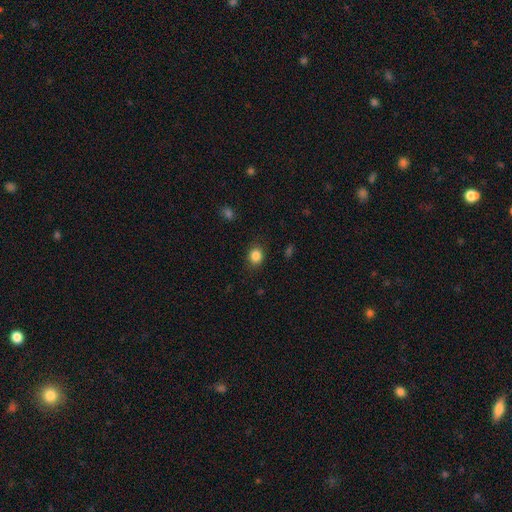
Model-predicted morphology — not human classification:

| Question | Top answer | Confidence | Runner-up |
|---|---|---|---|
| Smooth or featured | smooth | 85% | star or artifact (11%) |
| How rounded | round | 65% | in between (34%) |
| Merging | none | 86% | minor disturbance (10%) |